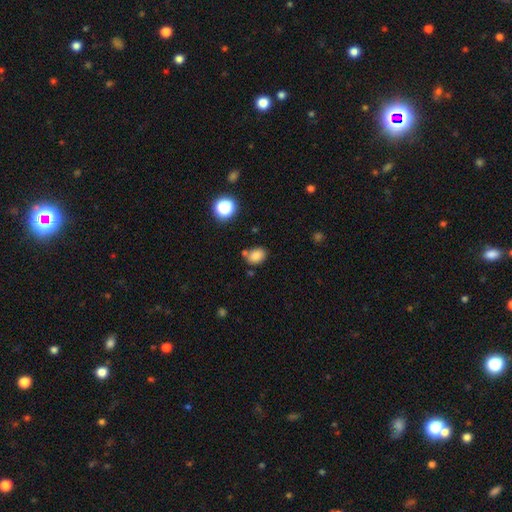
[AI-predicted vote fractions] The model was most divided on "how rounded": in between: 65%, round: 34%, cigar-shaped: 1%. More confident: smooth or featured — smooth (82%); merging — none (69%).